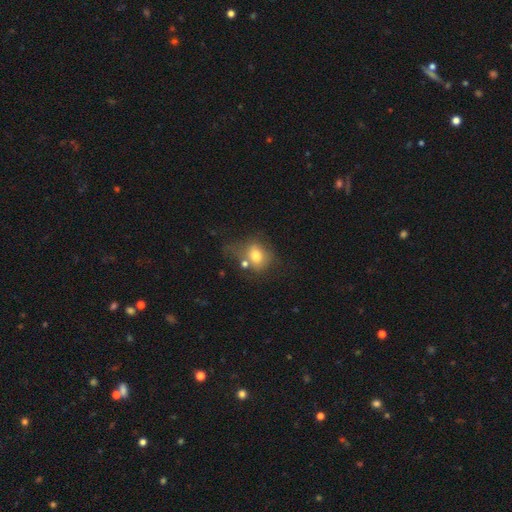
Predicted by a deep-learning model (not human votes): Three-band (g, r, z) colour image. It shows a smooth galaxy with no disk features (73%) that is round (56%). Merging: none (41%).